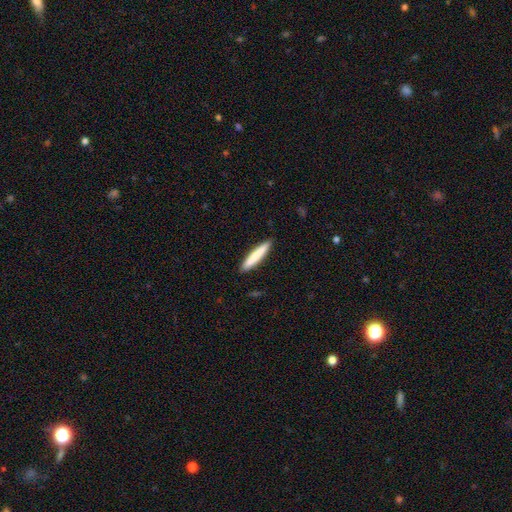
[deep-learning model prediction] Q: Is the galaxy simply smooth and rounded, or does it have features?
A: smooth — 78%.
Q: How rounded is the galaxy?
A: cigar-shaped — 93%.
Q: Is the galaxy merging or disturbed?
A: none — 91%.